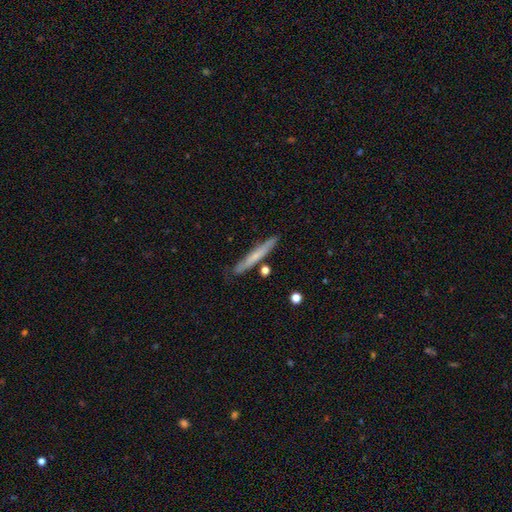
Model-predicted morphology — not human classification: smooth-or-featured: smooth: 57% | featured or disk: 36% | star or artifact: 6%
  how-rounded: cigar-shaped: 95% | in between: 3% | round: 1%
  merging: none: 81% | minor disturbance: 13% | merger: 4% | major disturbance: 2%